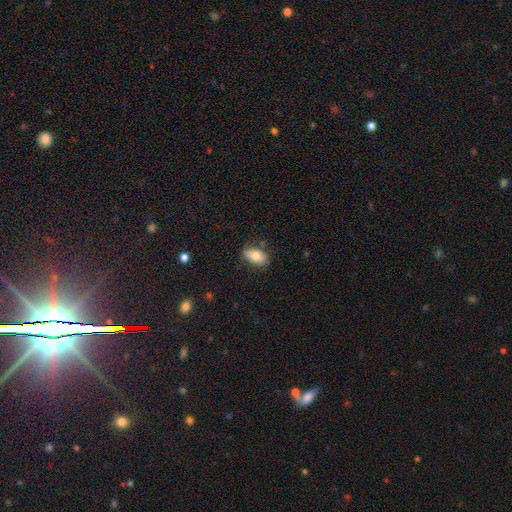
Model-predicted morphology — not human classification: smooth-or-featured: smooth: 77% | featured or disk: 15% | star or artifact: 7%
  how-rounded: in between: 91% | round: 7% | cigar-shaped: 2%
  merging: none: 77% | minor disturbance: 18% | major disturbance: 3% | merger: 2%